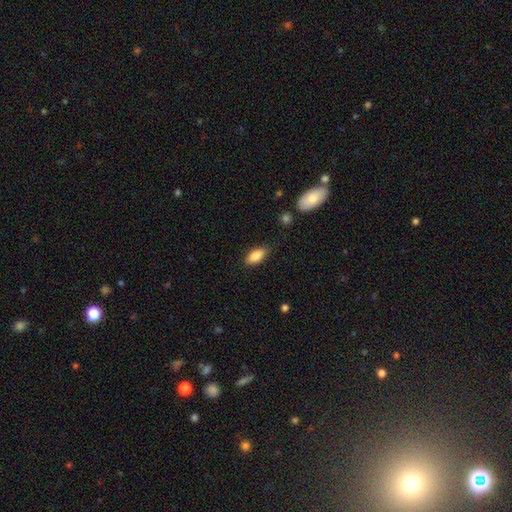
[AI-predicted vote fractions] smooth-or-featured: smooth: 85% | featured or disk: 8% | star or artifact: 7%
  how-rounded: in between: 84% | cigar-shaped: 13% | round: 3%
  merging: none: 82% | minor disturbance: 14% | major disturbance: 3% | merger: 2%